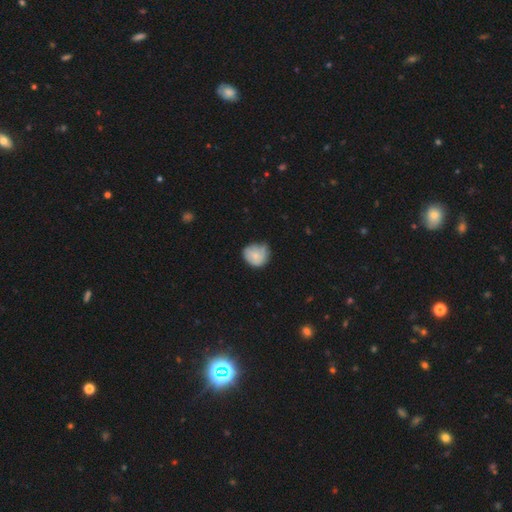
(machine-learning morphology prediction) This appears to be a smooth galaxy with no disk features (68%) that is round (75%). Merging: none (49%).